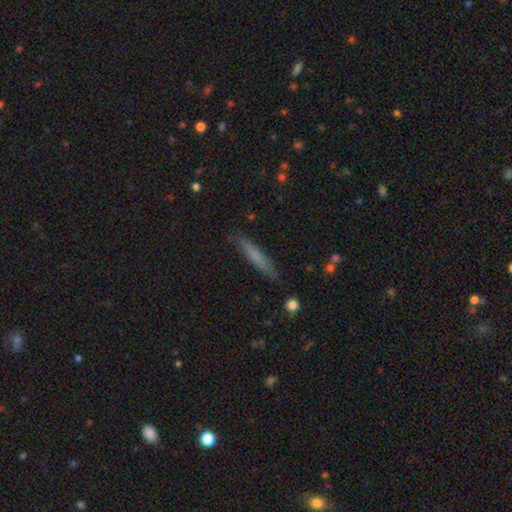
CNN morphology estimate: Smooth or featured?
  - smooth: 66% *
  - featured or disk: 27%
  - star or artifact: 7%
How rounded?
  - cigar-shaped: 93% *
  - in between: 6%
  - round: 2%
Merging?
  - none: 86% *
  - minor disturbance: 10%
  - major disturbance: 2%
  - merger: 1%